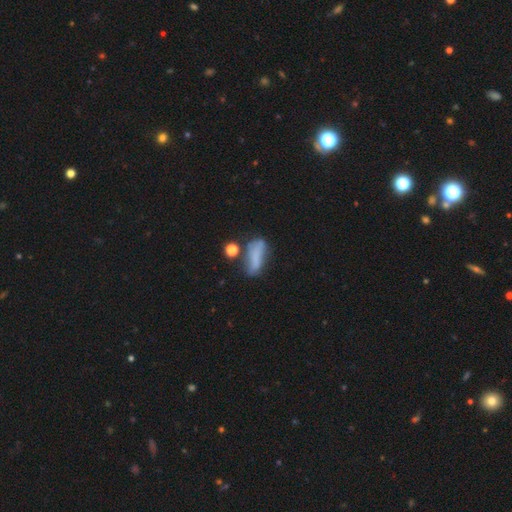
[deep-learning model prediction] Smooth or featured?
  - smooth: 61% *
  - featured or disk: 27%
  - star or artifact: 12%
How rounded?
  - in between: 64% *
  - cigar-shaped: 30%
  - round: 6%
Merging?
  - none: 39% *
  - minor disturbance: 28%
  - major disturbance: 19%
  - merger: 14%